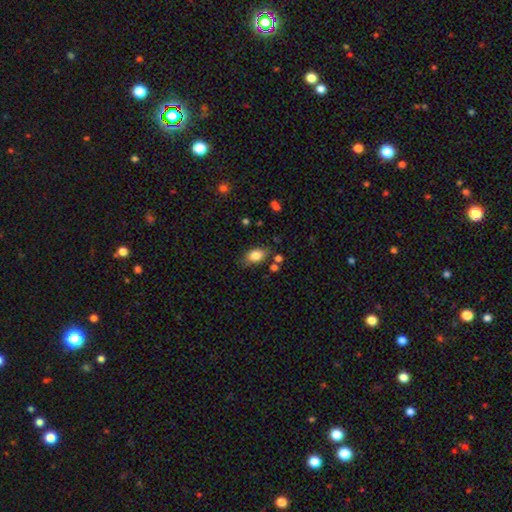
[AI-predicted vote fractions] Smooth or featured? smooth (83%)
How rounded? in between (87%)
Merging? none (74%)